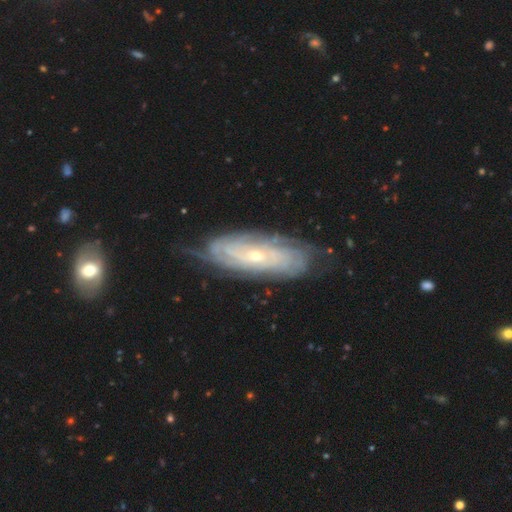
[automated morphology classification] type=featured or disk (81%); edge-on=no (87%); bar=no (70%); spiral arms=yes (91%); winding=tight (77%); arm count=can't tell (55%); bulge=small (71%); merging=none (73%).